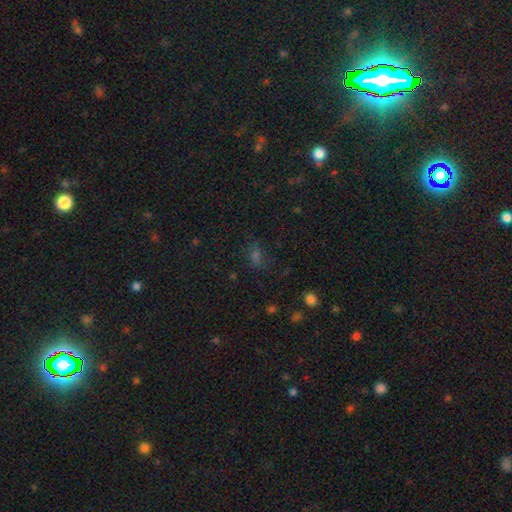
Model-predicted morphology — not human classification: Q: Smooth or featured?
A: smooth (50%); runner-up: star or artifact (39%)
Q: How rounded?
A: in between (72%); runner-up: round (21%)
Q: Merging?
A: none (68%); runner-up: minor disturbance (18%)